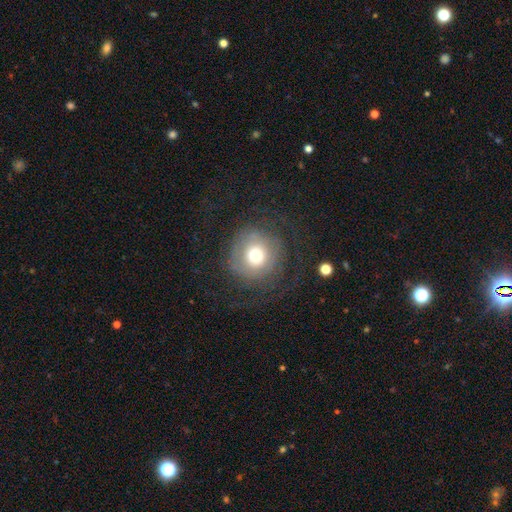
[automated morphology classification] A smooth galaxy with no disk features (54%) that is round (91%).

Vote fractions:
- Smooth or featured? smooth: 54% / featured or disk: 36% / star or artifact: 10%
- How rounded? round: 91% / in between: 8% / cigar-shaped: 1%
- Merging? none: 63% / major disturbance: 21% / minor disturbance: 15% / merger: 2%